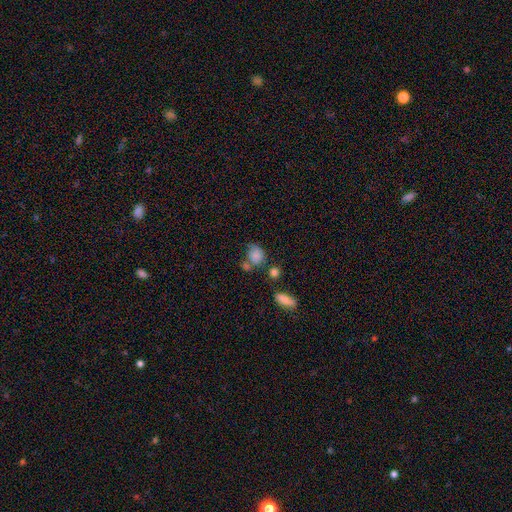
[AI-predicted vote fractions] smooth-or-featured: smooth: 80% | featured or disk: 10% | star or artifact: 10%
  how-rounded: round: 56% | in between: 42% | cigar-shaped: 2%
  merging: none: 42% | merger: 25% | minor disturbance: 22% | major disturbance: 11%